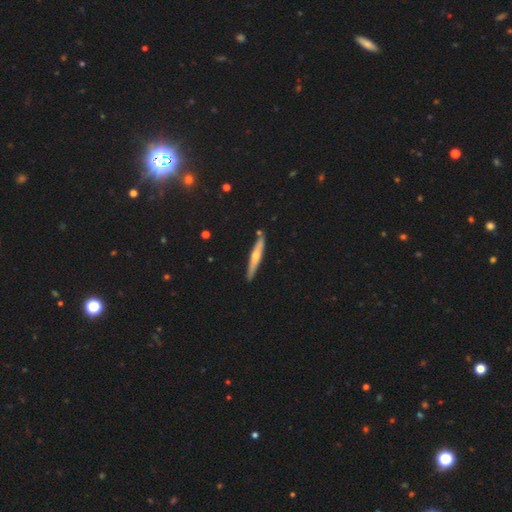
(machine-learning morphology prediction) Smooth or featured? featured or disk (58%)
Edge-on disk? yes (94%)
Edge-on bulge? rounded (84%)
Merging? none (87%)